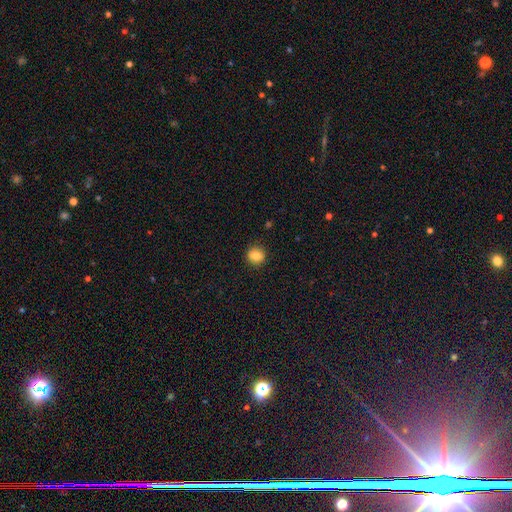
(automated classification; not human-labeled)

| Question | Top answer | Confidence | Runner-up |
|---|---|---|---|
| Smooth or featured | smooth | 84% | star or artifact (10%) |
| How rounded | round | 87% | in between (12%) |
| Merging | none | 90% | minor disturbance (7%) |